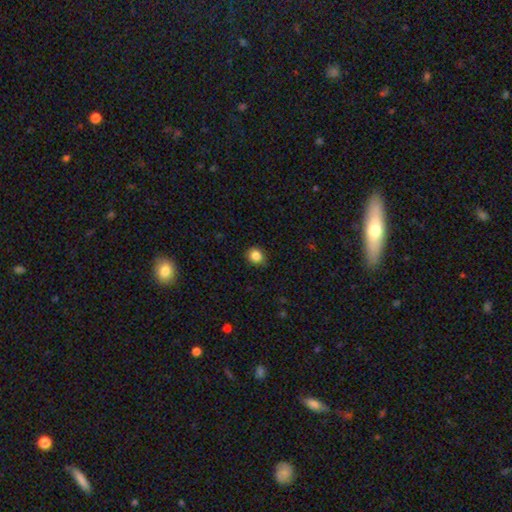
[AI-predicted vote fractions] smooth_or_featured: smooth (p=0.85) [alt: star or artifact p=0.10]
how_rounded: round (p=0.71) [alt: in between p=0.28]
merging: none (p=0.86) [alt: minor disturbance p=0.11]